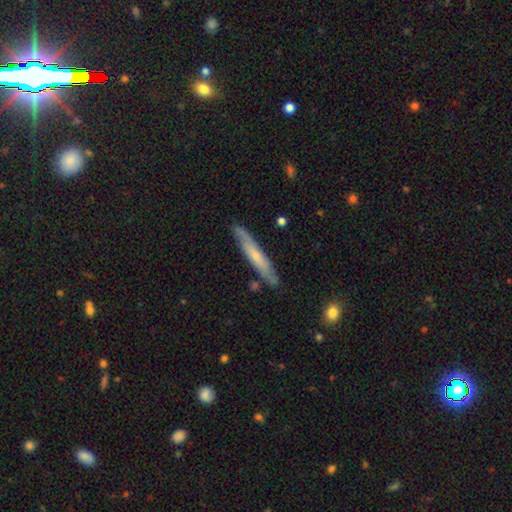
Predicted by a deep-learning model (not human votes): A featured or disk galaxy (49%). Merging: none (81%).